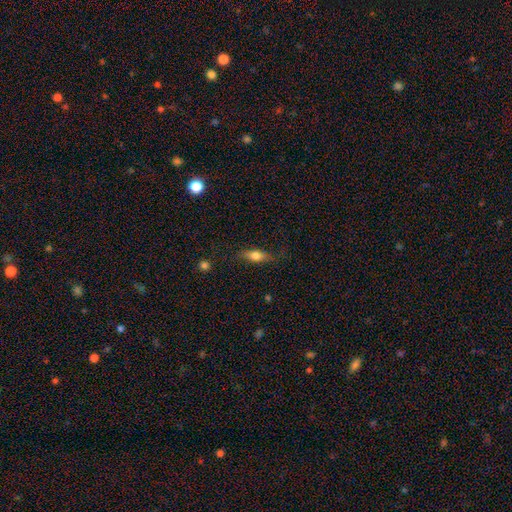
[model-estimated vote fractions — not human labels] Smooth or featured? Predicted: smooth (p=0.65). How rounded? Predicted: in between (p=0.63). Merging? Predicted: none (p=0.72).